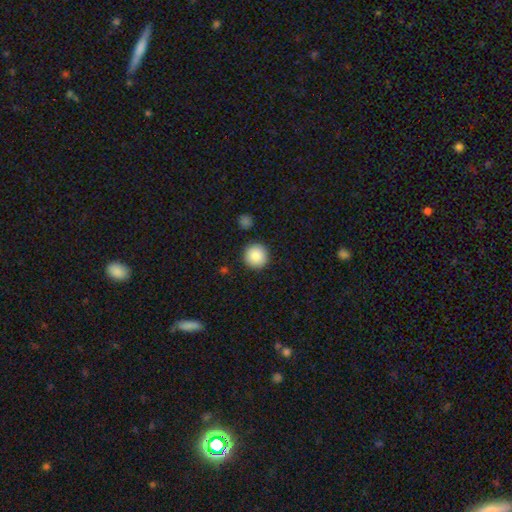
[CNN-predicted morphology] smooth 88%, star or artifact 8%, featured or disk 4%. Down the decision tree: how rounded — round (95%); merging — none (91%).